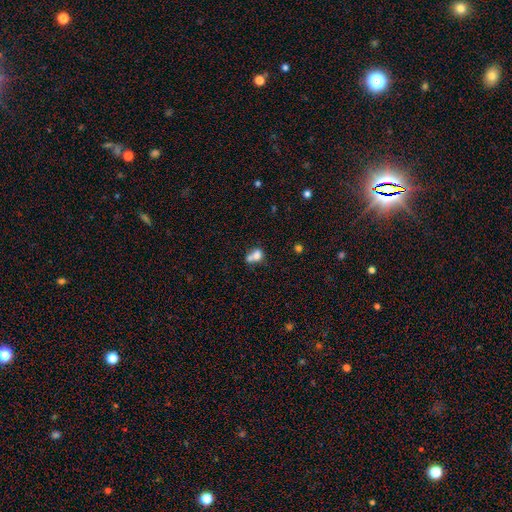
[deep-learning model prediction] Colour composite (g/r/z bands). It shows a smooth galaxy with no disk features (73%) that is round (50%). Merging: merger (58%).